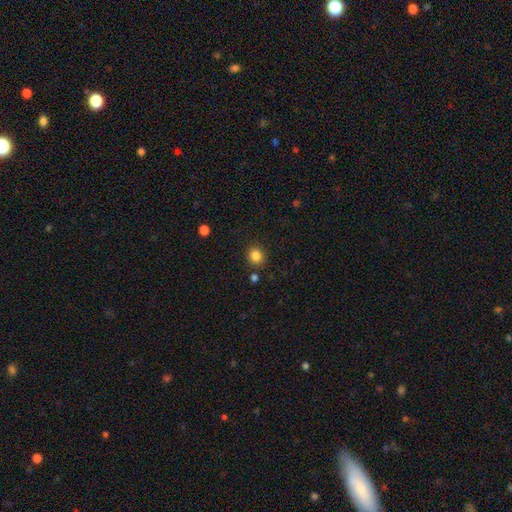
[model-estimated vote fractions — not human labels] smooth 84%, star or artifact 11%, featured or disk 4%. Down the decision tree: how rounded — round (76%); merging — none (85%).